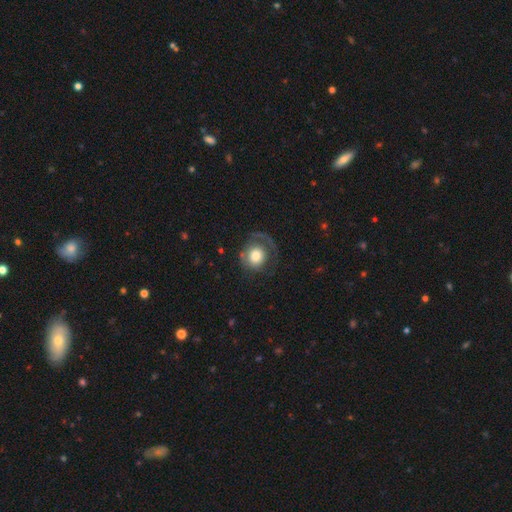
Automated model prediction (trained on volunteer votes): smooth 58%, featured or disk 34%, star or artifact 8%. Down the decision tree: how rounded — round (81%); merging — none (52%).